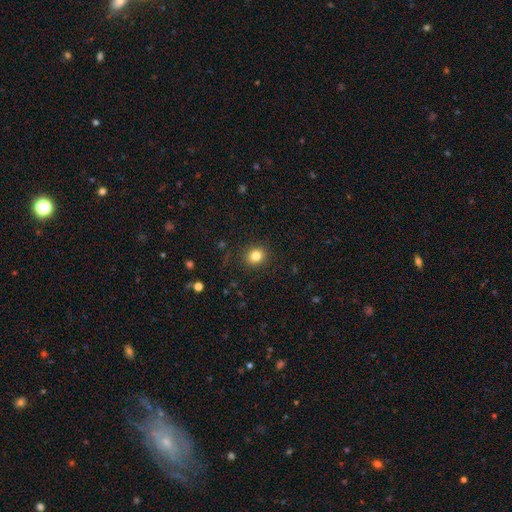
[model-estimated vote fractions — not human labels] Morphology: type=smooth (82%); roundness=round (73%); merging=none (89%).